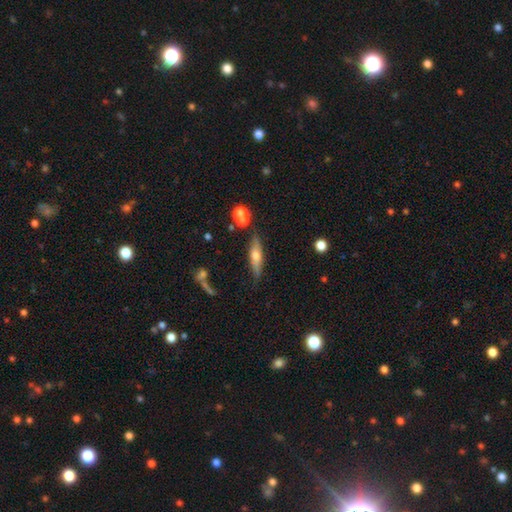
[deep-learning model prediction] Q: Smooth or featured?
A: featured or disk (52%); runner-up: smooth (40%)
Q: Edge-on disk?
A: yes (89%); runner-up: no (11%)
Q: Merging?
A: none (76%); runner-up: minor disturbance (14%)